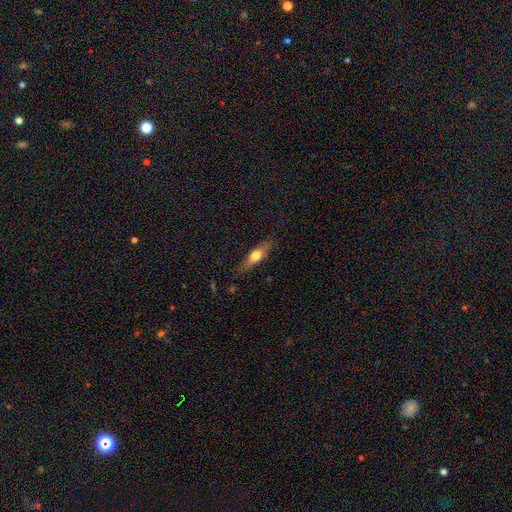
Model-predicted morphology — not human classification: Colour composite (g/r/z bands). It shows a smooth galaxy with no disk features (51%) that is cigar-shaped (66%). Merging: none (81%).